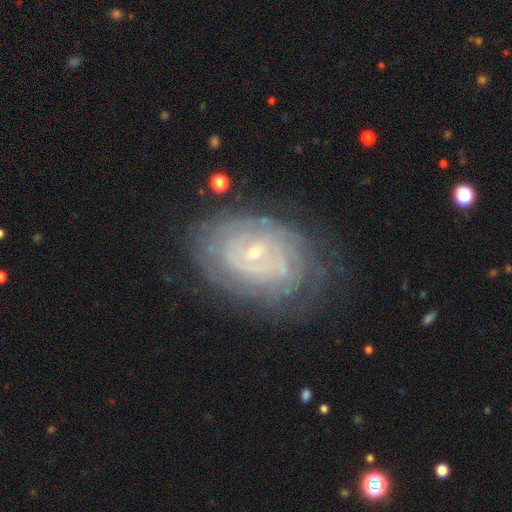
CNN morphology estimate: type=featured or disk (83%); edge-on=no (97%); bar=no (54%); spiral arms=yes (91%); winding=tight (79%); arm count=can't tell (48%); bulge=small (79%); merging=none (72%).